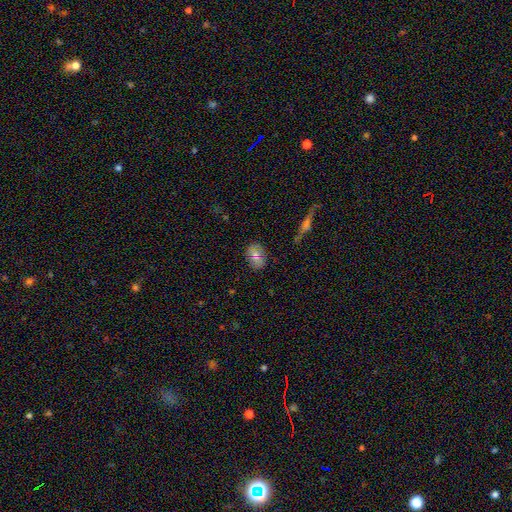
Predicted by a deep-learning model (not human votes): This is likely a smooth galaxy (66%). How rounded: likely in between (74%). Merging: clearly none (82%).